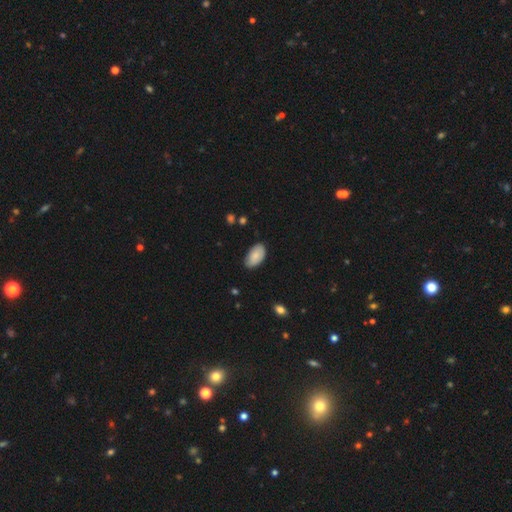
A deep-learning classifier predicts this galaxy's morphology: smooth 84%, featured or disk 10%, star or artifact 6%. Down the decision tree: how rounded — in between (96%); merging — none (79%).